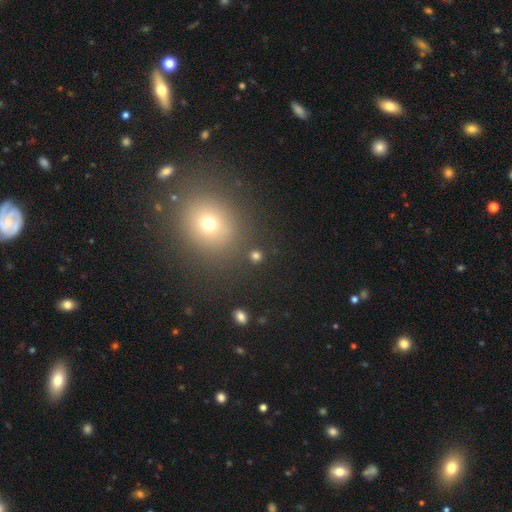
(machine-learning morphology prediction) Smooth or featured: smooth — 75% (star or artifact — 20%)
How rounded: round — 89% (in between — 10%)
Merging: none — 86% (minor disturbance — 6%)